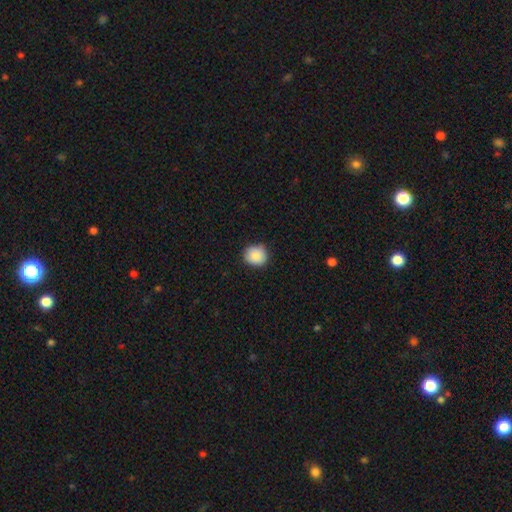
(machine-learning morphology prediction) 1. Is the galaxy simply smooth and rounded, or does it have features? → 86% smooth, 8% star or artifact, 6% featured or disk.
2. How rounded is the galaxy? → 86% round, 13% in between, 1% cigar-shaped.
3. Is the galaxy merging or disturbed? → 86% none, 11% minor disturbance, 2% major disturbance, 1% merger.